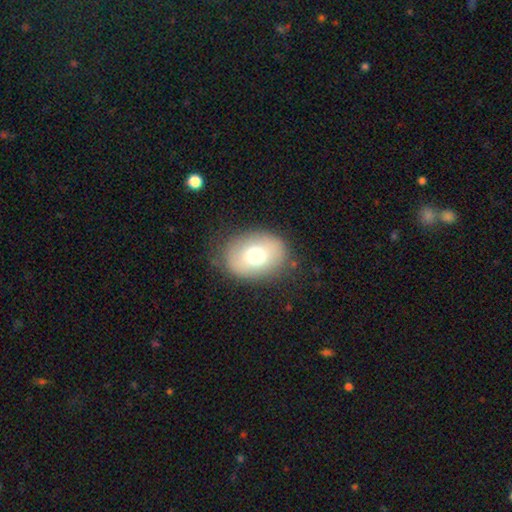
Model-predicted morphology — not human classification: Smooth or featured? smooth (71%)
How rounded? in between (64%)
Merging? none (82%)